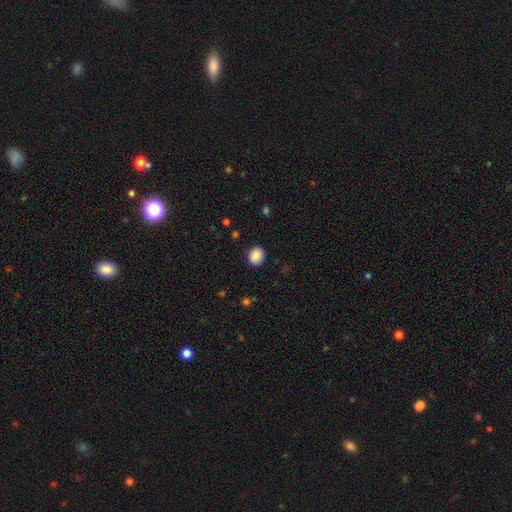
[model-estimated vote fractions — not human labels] This appears to be a smooth galaxy with no disk features (88%) that is round (67%). Merging: none (89%).